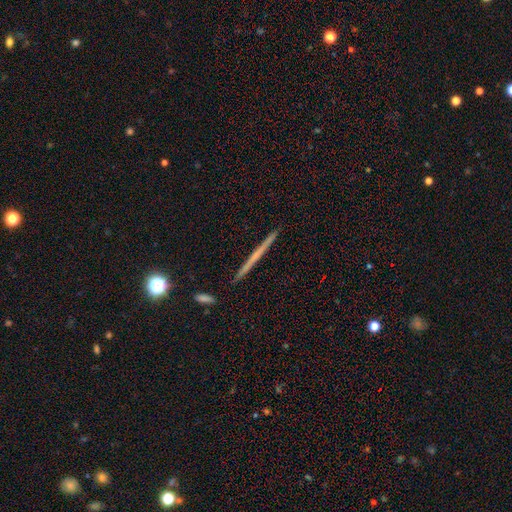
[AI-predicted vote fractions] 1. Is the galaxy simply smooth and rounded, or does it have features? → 56% featured or disk, 37% smooth, 8% star or artifact.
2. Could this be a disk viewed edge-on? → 98% yes, 2% no.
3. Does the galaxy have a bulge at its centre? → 85% none, 12% rounded, 4% boxy.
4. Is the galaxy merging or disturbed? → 93% none, 5% minor disturbance, 1% merger, 1% major disturbance.